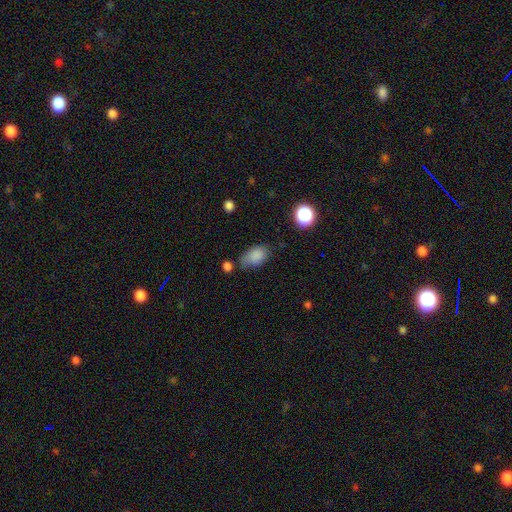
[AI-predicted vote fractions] Smooth or featured? Predicted: smooth (p=0.82). How rounded? Predicted: in between (p=0.88). Merging? Predicted: none (p=0.55).